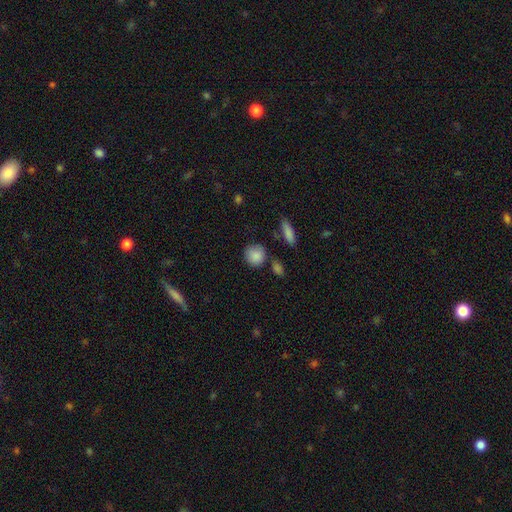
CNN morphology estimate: This appears to be a smooth galaxy with no disk features (86%) that is round (83%). Merging: none (74%).